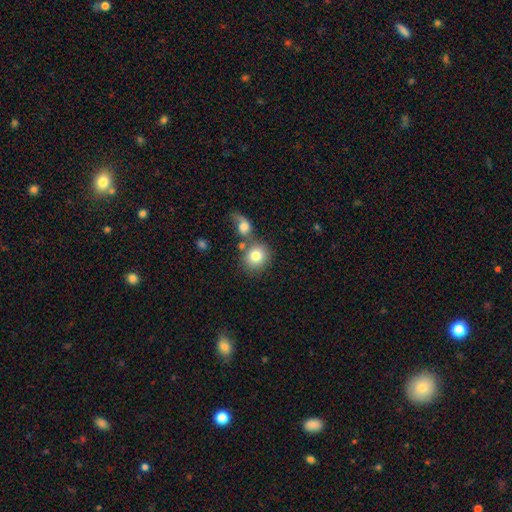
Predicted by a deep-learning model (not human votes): A smooth galaxy with no disk features (80%) that is round (81%).

Vote fractions:
- Smooth or featured? smooth: 80% / featured or disk: 11% / star or artifact: 9%
- How rounded? round: 81% / in between: 18% / cigar-shaped: 1%
- Merging? none: 58% / merger: 27% / minor disturbance: 10% / major disturbance: 5%